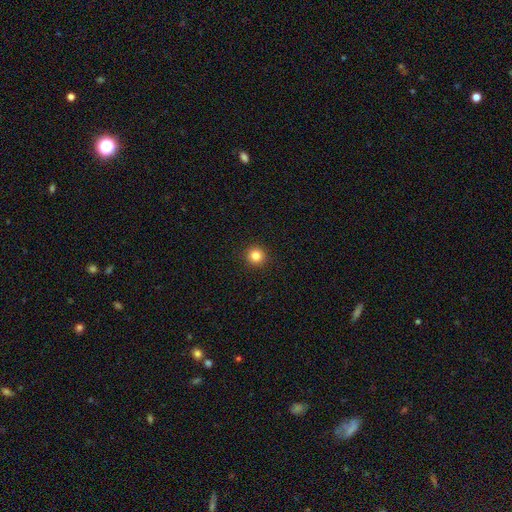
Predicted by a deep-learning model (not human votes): Q: Smooth or featured?
A: smooth (84%); runner-up: star or artifact (12%)
Q: How rounded?
A: round (95%); runner-up: in between (4%)
Q: Merging?
A: none (93%); runner-up: minor disturbance (4%)